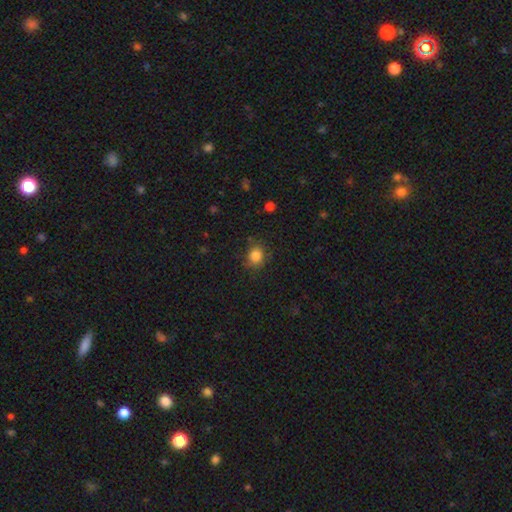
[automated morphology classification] Q: Smooth or featured?
A: smooth (82%); runner-up: star or artifact (11%)
Q: How rounded?
A: round (72%); runner-up: in between (27%)
Q: Merging?
A: none (78%); runner-up: minor disturbance (16%)